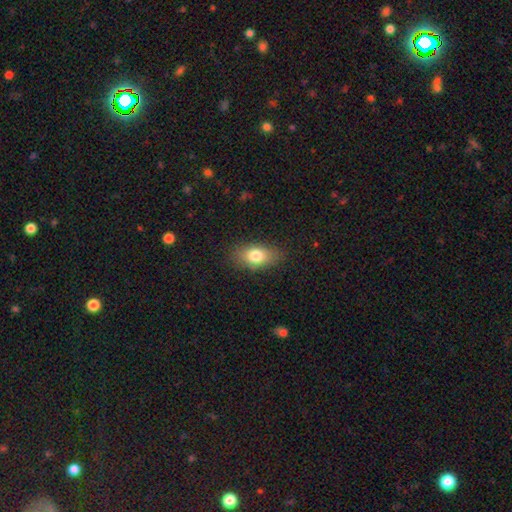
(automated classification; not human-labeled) smooth_or_featured: smooth (p=0.78) [alt: featured or disk p=0.13]
how_rounded: in between (p=0.84) [alt: round p=0.10]
merging: none (p=0.82) [alt: minor disturbance p=0.13]